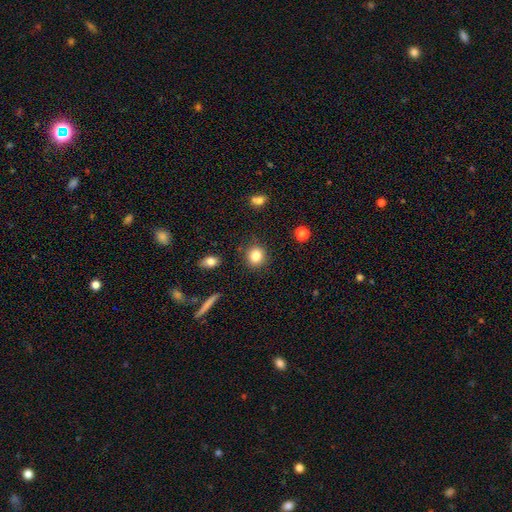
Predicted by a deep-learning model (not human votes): Morphology: type=smooth (84%); roundness=round (82%); merging=none (87%).